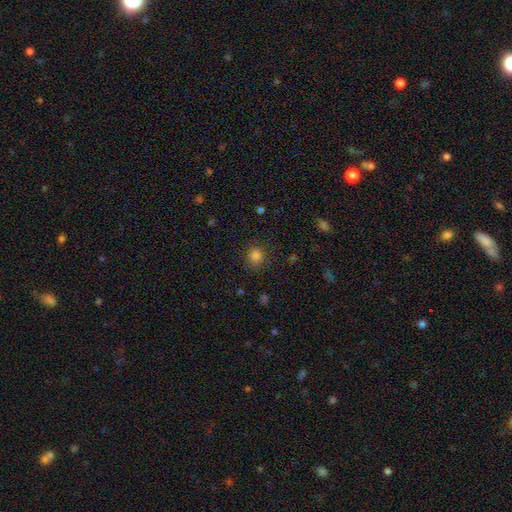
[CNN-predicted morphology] Q: Smooth or featured?
A: smooth (81%); runner-up: star or artifact (14%)
Q: How rounded?
A: round (79%); runner-up: in between (20%)
Q: Merging?
A: none (85%); runner-up: minor disturbance (11%)